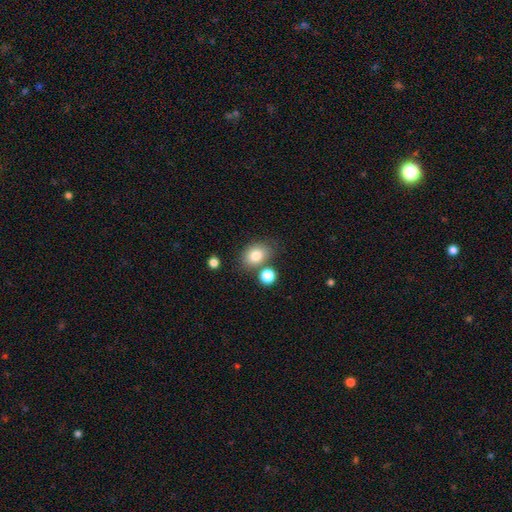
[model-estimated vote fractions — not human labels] A smooth galaxy with no disk features (81%) that is in between round and cigar-shaped (69%).

Vote fractions:
- Smooth or featured? smooth: 81% / star or artifact: 10% / featured or disk: 9%
- How rounded? in between: 69% / round: 30% / cigar-shaped: 1%
- Merging? none: 69% / merger: 14% / minor disturbance: 12% / major disturbance: 4%